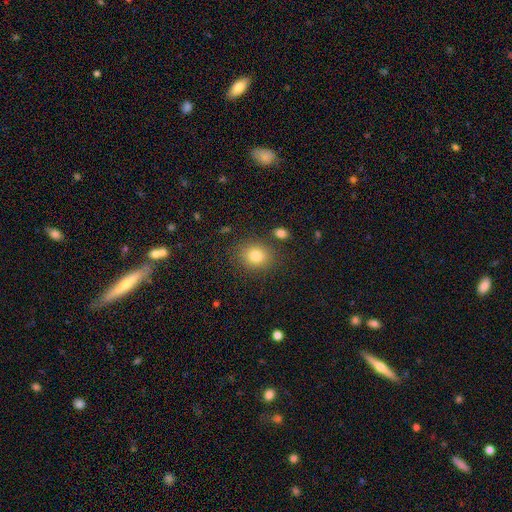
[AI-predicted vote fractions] Morphology: type=smooth (82%); roundness=round (65%); merging=none (82%).